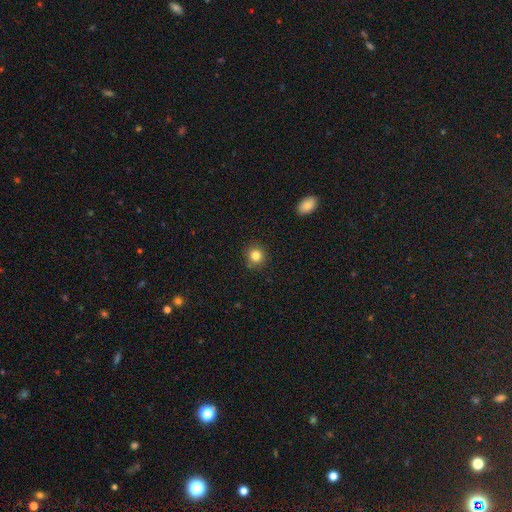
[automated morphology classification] Smooth or featured?
  - smooth: 84% *
  - star or artifact: 11%
  - featured or disk: 5%
How rounded?
  - round: 89% *
  - in between: 10%
  - cigar-shaped: 1%
Merging?
  - none: 87% *
  - minor disturbance: 8%
  - merger: 2%
  - major disturbance: 2%